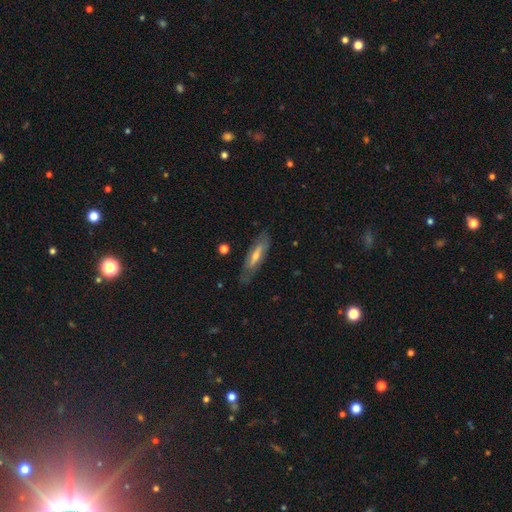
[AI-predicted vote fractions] Smooth or featured: featured or disk — 56% (smooth — 37%)
Edge-on disk: yes — 51% (no — 49%)
Merging: none — 79% (minor disturbance — 15%)